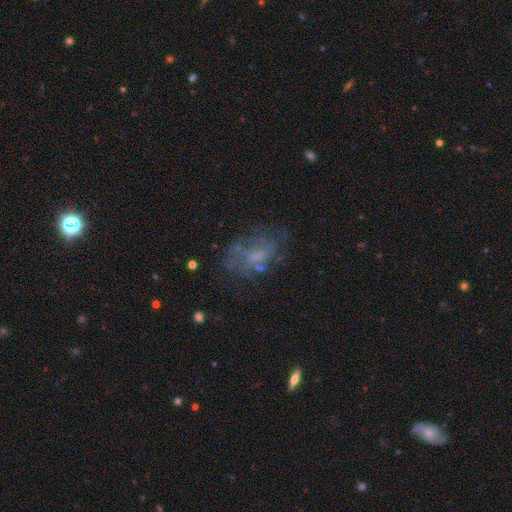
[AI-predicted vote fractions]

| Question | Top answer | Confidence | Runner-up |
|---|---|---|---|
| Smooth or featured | featured or disk | 55% | smooth (31%) |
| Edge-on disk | no | 96% | yes (4%) |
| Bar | no | 66% | weak (29%) |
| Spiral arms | no | 55% | yes (45%) |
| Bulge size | none | 41% | small (27%) |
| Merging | none | 54% | major disturbance (21%) |